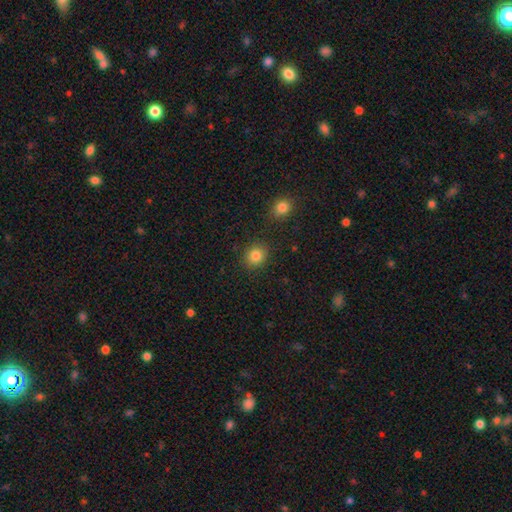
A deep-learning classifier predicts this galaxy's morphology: Smooth or featured: smooth — 84% (star or artifact — 11%)
How rounded: round — 77% (in between — 22%)
Merging: none — 87% (minor disturbance — 8%)